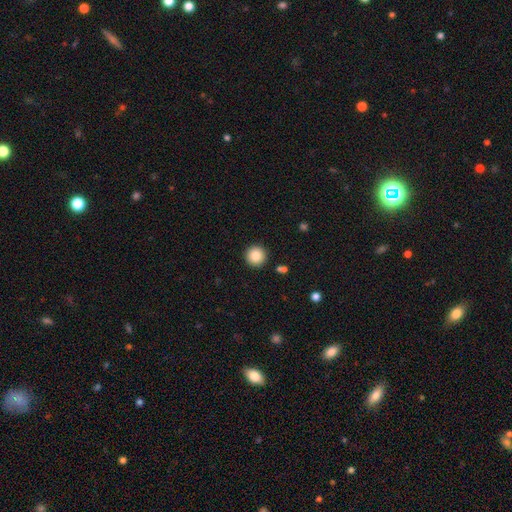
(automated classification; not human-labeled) smooth_or_featured: smooth (p=0.86) [alt: star or artifact p=0.09]
how_rounded: round (p=0.96) [alt: in between p=0.03]
merging: none (p=0.92) [alt: minor disturbance p=0.05]